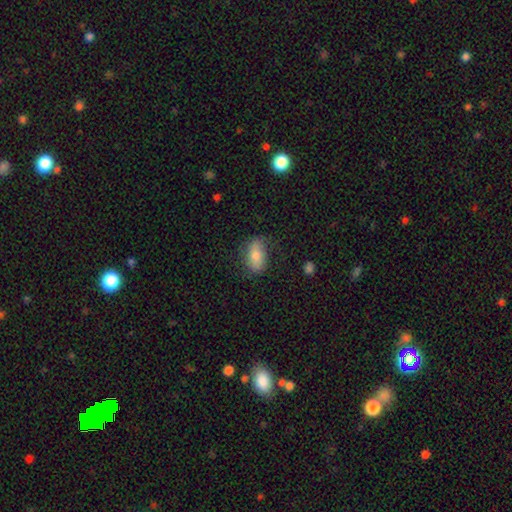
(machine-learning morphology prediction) smooth 71%, featured or disk 21%, star or artifact 8%. Down the decision tree: how rounded — in between (88%); merging — none (71%).